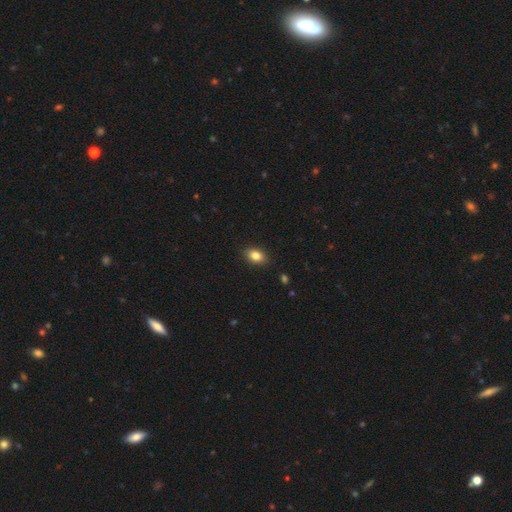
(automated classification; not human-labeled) The model was most divided on "how rounded": in between: 84%, round: 14%, cigar-shaped: 2%. More confident: merging — none (88%); smooth or featured — smooth (84%).